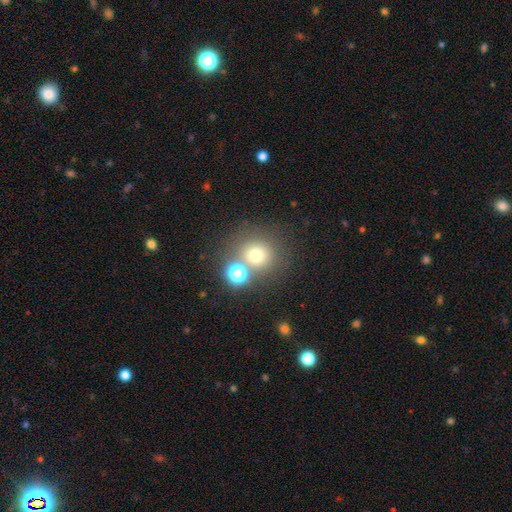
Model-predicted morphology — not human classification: smooth 70%, star or artifact 19%, featured or disk 11%. Down the decision tree: how rounded — round (90%); merging — none (67%).